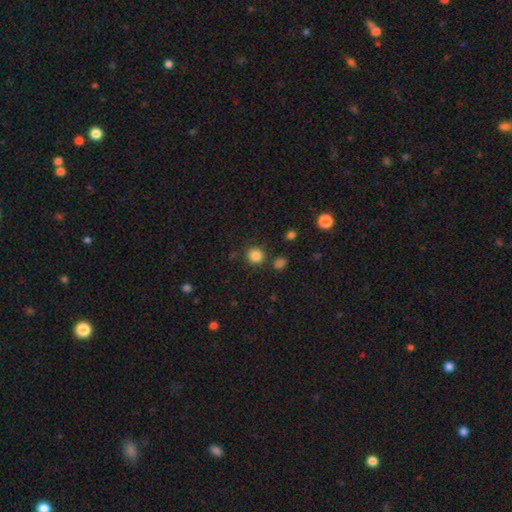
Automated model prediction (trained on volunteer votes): This appears to be a smooth galaxy with no disk features (85%) that is round (92%). Merging: none (86%).